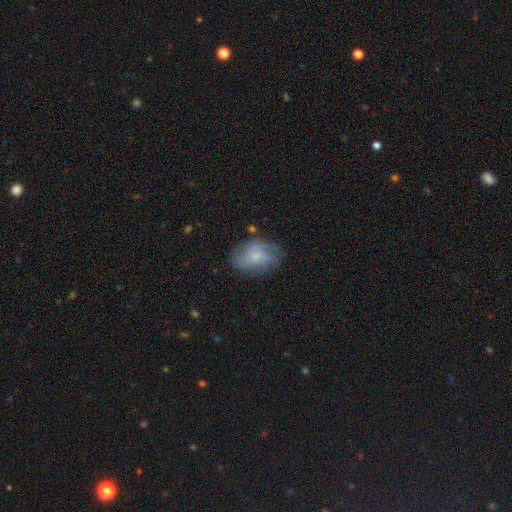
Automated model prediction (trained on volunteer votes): This is possibly a featured or disk galaxy (46%). Merging: likely none (62%).